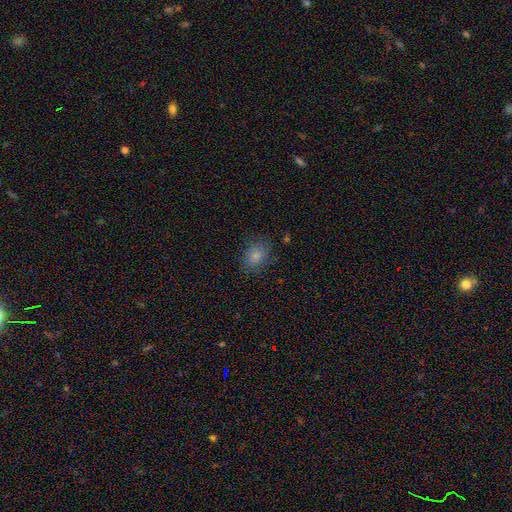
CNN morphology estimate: A smooth galaxy with no disk features (82%) that is in between round and cigar-shaped (59%).

Vote fractions:
- Smooth or featured? smooth: 82% / star or artifact: 10% / featured or disk: 8%
- How rounded? in between: 59% / round: 40% / cigar-shaped: 1%
- Merging? none: 76% / minor disturbance: 17% / major disturbance: 6% / merger: 1%